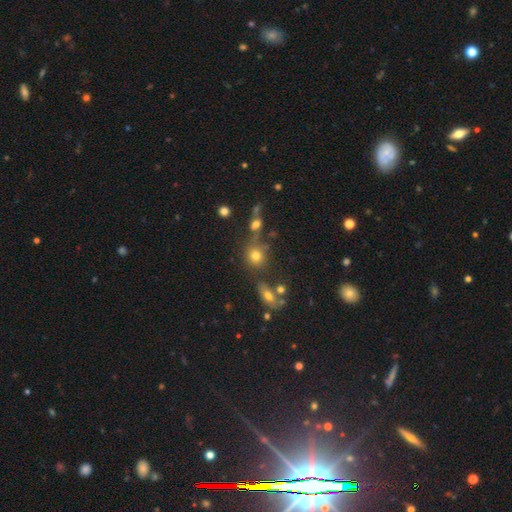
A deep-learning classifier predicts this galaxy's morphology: Smooth or featured: smooth — 74% (star or artifact — 15%)
How rounded: round — 77% (in between — 21%)
Merging: none — 63% (merger — 18%)